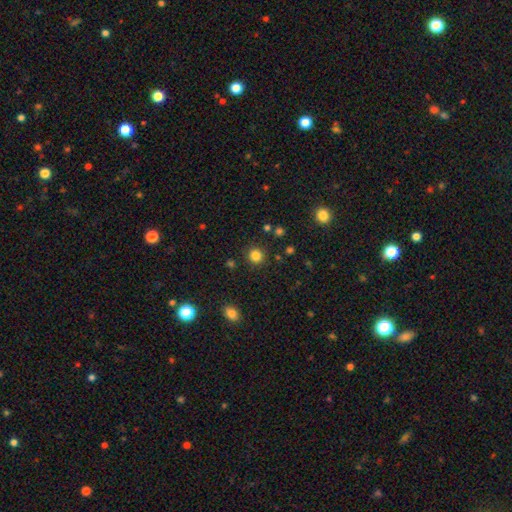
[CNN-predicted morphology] Smooth or featured: smooth — 83% (star or artifact — 13%)
How rounded: round — 90% (in between — 9%)
Merging: none — 89% (minor disturbance — 7%)